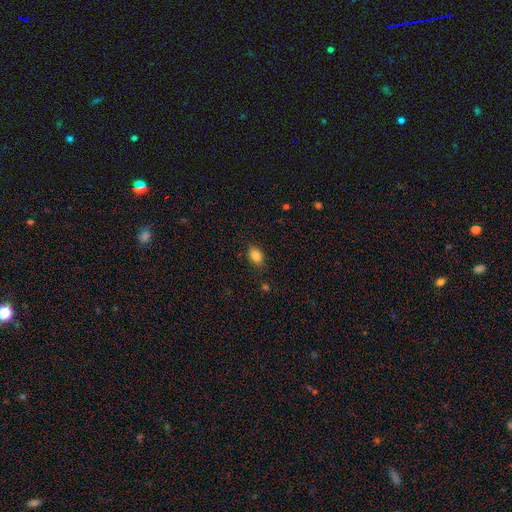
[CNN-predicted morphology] smooth 86%, star or artifact 9%, featured or disk 5%. Down the decision tree: how rounded — in between (83%); merging — none (83%).